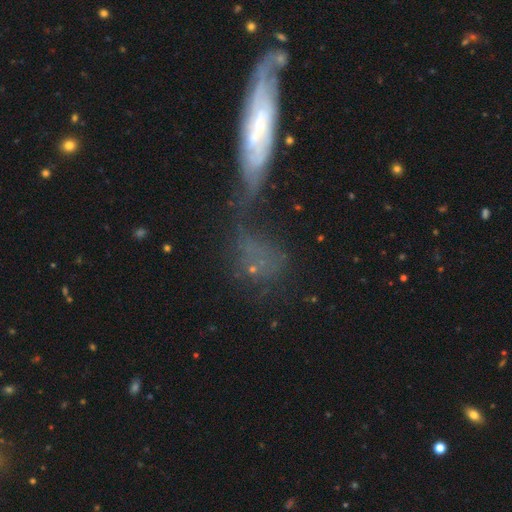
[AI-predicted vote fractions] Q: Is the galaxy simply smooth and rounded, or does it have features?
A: featured or disk — 50%.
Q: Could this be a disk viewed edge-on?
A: no — 70%.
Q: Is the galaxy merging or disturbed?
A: none — 41%.